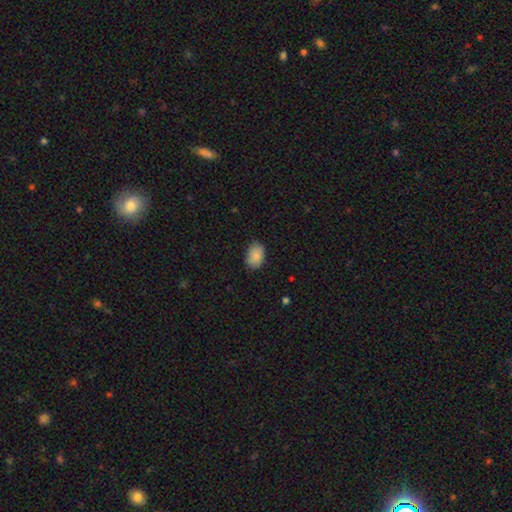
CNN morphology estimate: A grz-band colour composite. It shows a smooth galaxy with no disk features (88%) that is in between round and cigar-shaped (88%). Merging: none (79%).